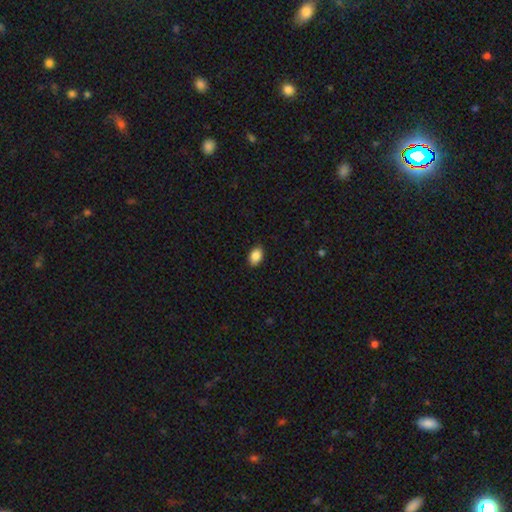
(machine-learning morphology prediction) smooth-or-featured: smooth: 88% | star or artifact: 8% | featured or disk: 4%
  how-rounded: in between: 84% | round: 14% | cigar-shaped: 1%
  merging: none: 88% | minor disturbance: 9% | major disturbance: 2% | merger: 1%